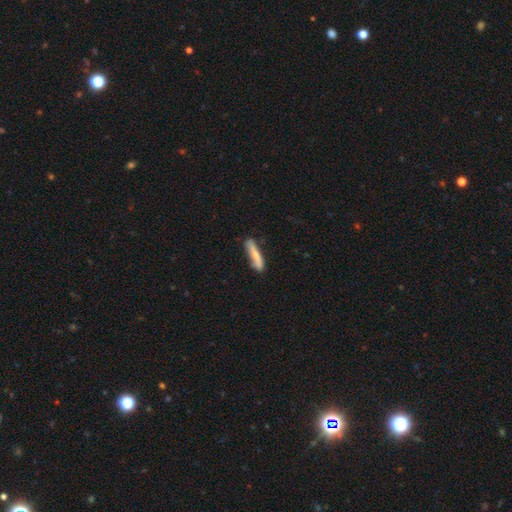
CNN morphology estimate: smooth 68%, featured or disk 26%, star or artifact 6%. Down the decision tree: how rounded — cigar-shaped (84%); merging — none (73%).